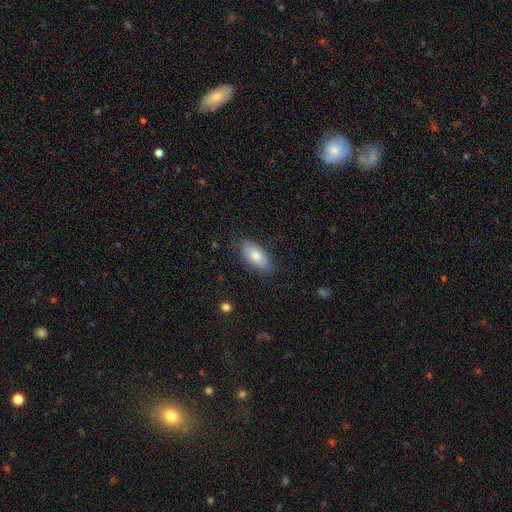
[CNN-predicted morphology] This appears to be a smooth galaxy with no disk features (78%) that is in between round and cigar-shaped (91%). Merging: none (80%).